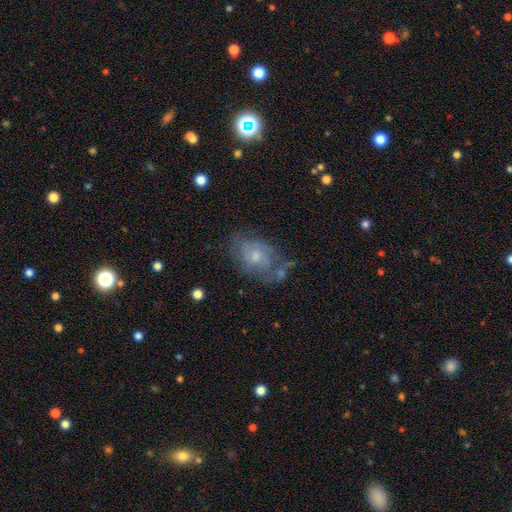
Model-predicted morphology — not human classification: Q: Smooth or featured?
A: featured or disk (53%); runner-up: smooth (39%)
Q: Edge-on disk?
A: no (96%); runner-up: yes (4%)
Q: Bar?
A: no (74%); runner-up: weak (23%)
Q: Spiral arms?
A: yes (67%); runner-up: no (33%)
Q: Bulge size?
A: small (53%); runner-up: moderate (38%)
Q: Merging?
A: none (49%); runner-up: minor disturbance (27%)